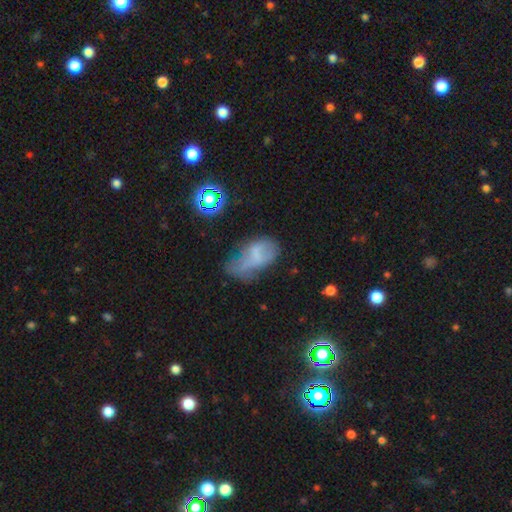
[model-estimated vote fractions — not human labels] Smooth or featured? Predicted: smooth (p=0.50). Merging? Predicted: major disturbance (p=0.31, tied with minor disturbance and none).